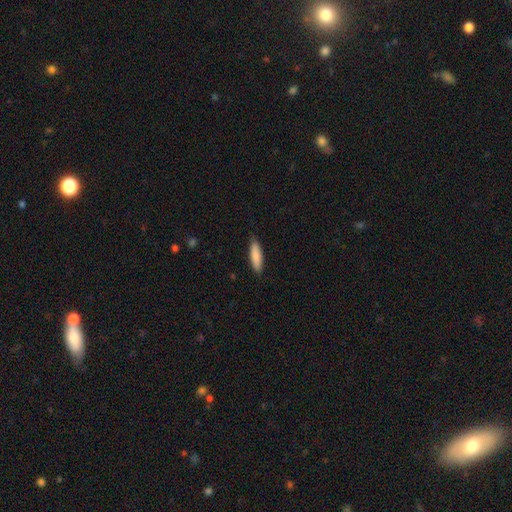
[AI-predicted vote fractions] Smooth or featured? smooth (86%)
How rounded? cigar-shaped (63%)
Merging? none (85%)